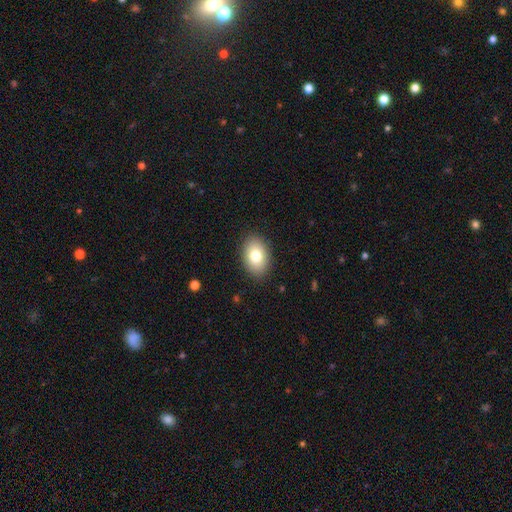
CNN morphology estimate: smooth 79%, featured or disk 13%, star or artifact 8%. Down the decision tree: how rounded — in between (84%); merging — none (88%).